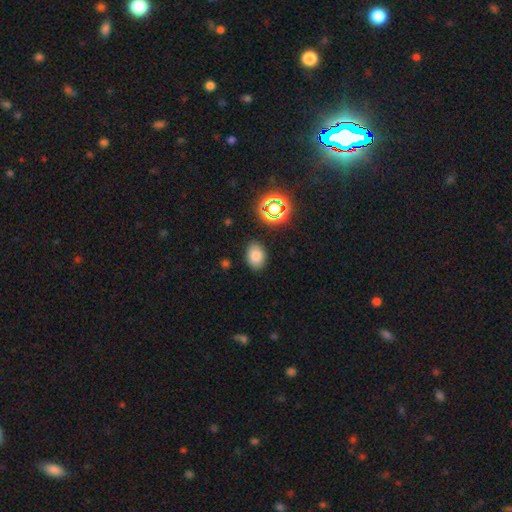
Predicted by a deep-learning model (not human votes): Morphology: type=smooth (78%); roundness=in between (77%); merging=none (85%).